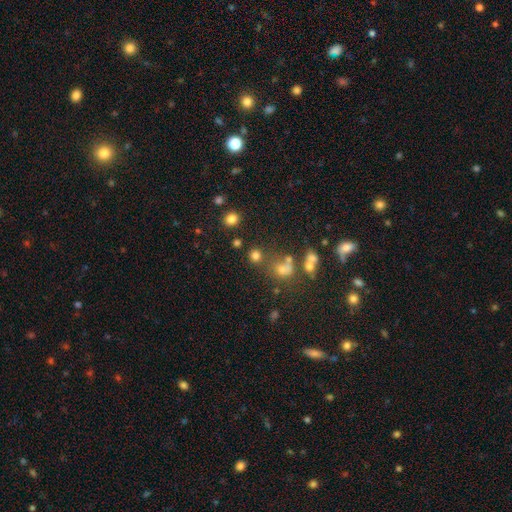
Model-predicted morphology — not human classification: Smooth or featured?
  - smooth: 73% *
  - star or artifact: 19%
  - featured or disk: 8%
How rounded?
  - round: 86% *
  - in between: 13%
  - cigar-shaped: 1%
Merging?
  - none: 67% *
  - merger: 18%
  - minor disturbance: 9%
  - major disturbance: 6%